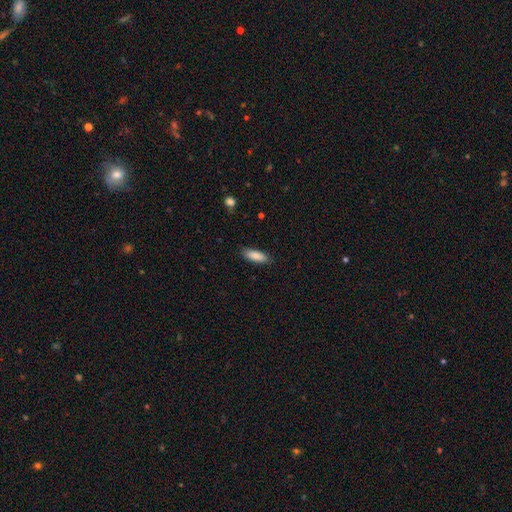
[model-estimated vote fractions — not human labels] A smooth galaxy with no disk features (87%) that is in between round and cigar-shaped (64%). Merging: none (86%).